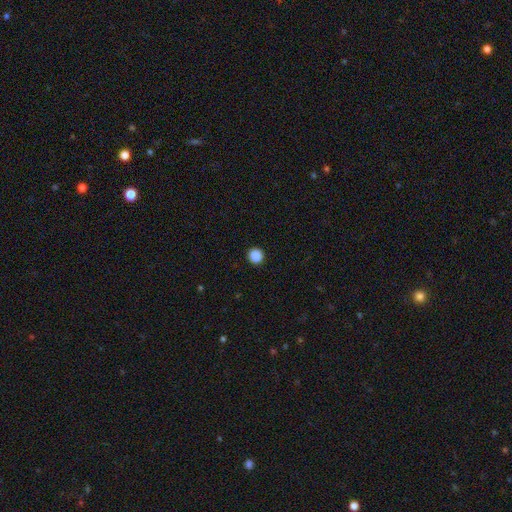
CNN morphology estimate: type=smooth (88%); roundness=round (95%); merging=none (94%).